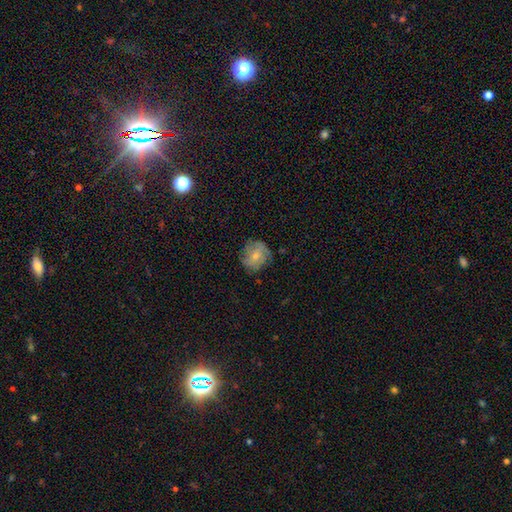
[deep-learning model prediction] Q: Smooth or featured?
A: smooth (55%); runner-up: featured or disk (37%)
Q: How rounded?
A: round (81%); runner-up: in between (18%)
Q: Merging?
A: none (71%); runner-up: minor disturbance (21%)